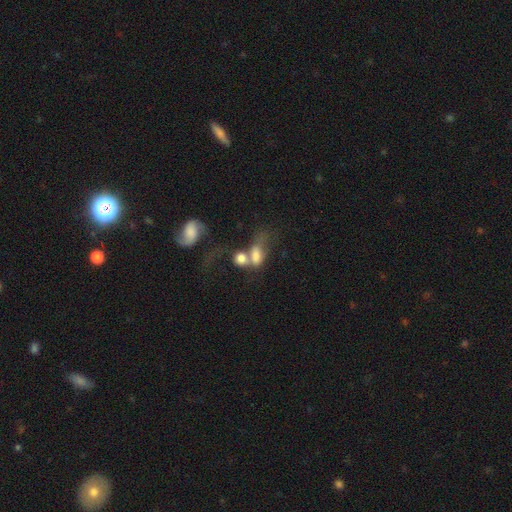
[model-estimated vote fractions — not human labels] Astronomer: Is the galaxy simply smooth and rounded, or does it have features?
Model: smooth — 66%.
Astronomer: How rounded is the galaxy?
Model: in between — 76%.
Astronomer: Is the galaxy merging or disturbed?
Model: merger — 65%.